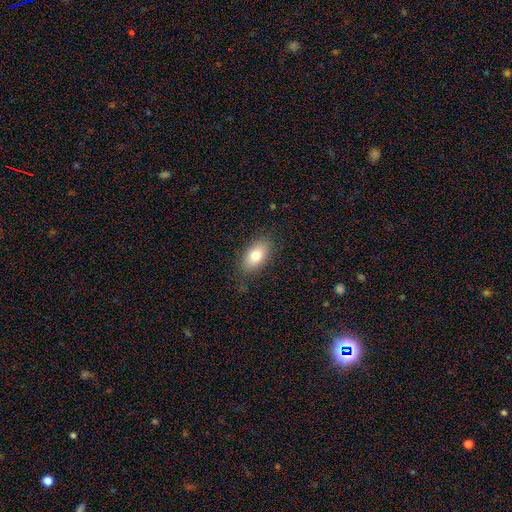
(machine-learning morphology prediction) Smooth or featured? smooth (77%)
How rounded? in between (90%)
Merging? none (81%)